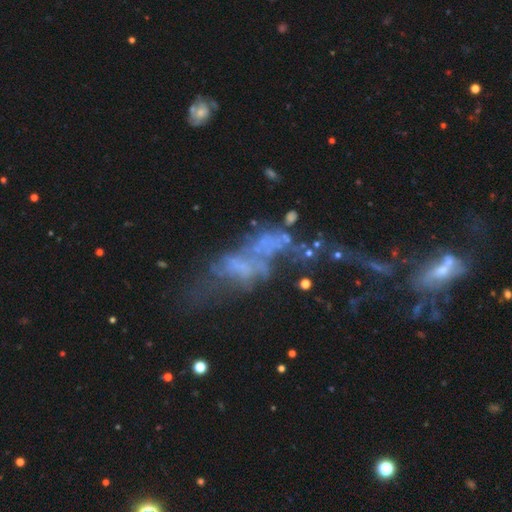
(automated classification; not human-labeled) This appears to be a featured or disk galaxy (55%). Merging: merger (37%).